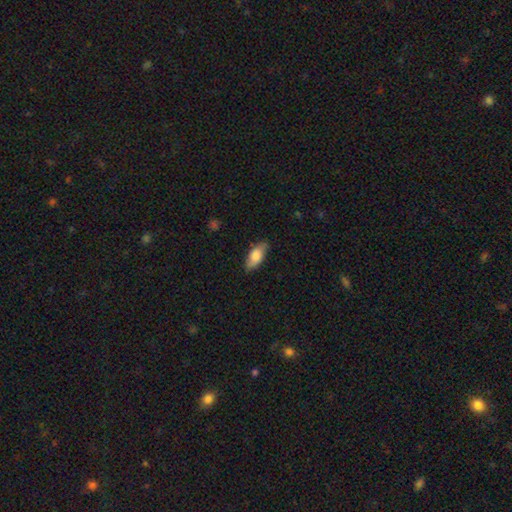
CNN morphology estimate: smooth-or-featured: smooth: 79% | featured or disk: 15% | star or artifact: 6%
  how-rounded: in between: 84% | cigar-shaped: 14% | round: 3%
  merging: none: 79% | minor disturbance: 17% | major disturbance: 3% | merger: 1%